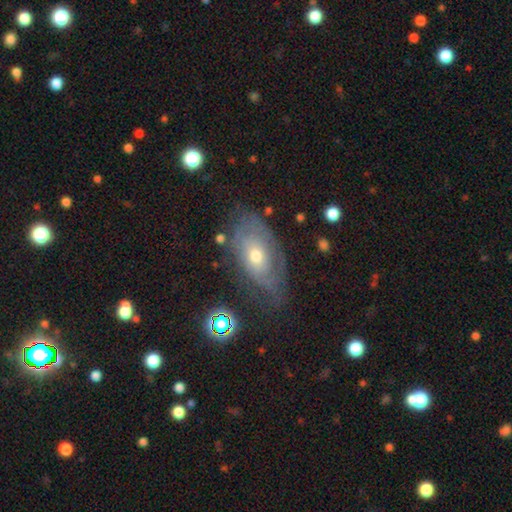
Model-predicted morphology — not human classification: featured or disk 65%, smooth 26%, star or artifact 9%. Down the decision tree: edge-on disk — no (91%); bar — no (80%); spiral arms — yes (71%); bulge size — moderate (61%); merging — none (55%).